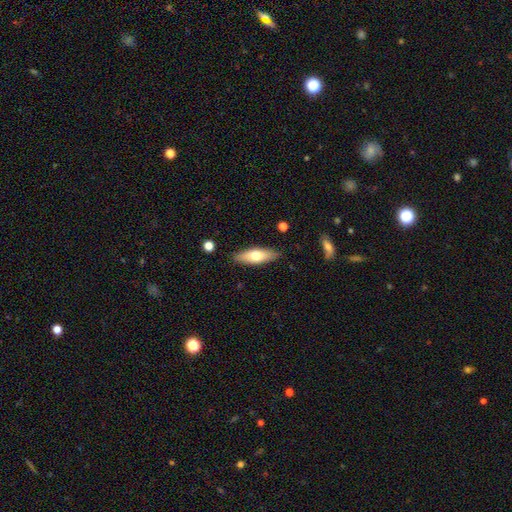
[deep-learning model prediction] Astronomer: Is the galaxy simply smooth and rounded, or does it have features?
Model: smooth — 64%.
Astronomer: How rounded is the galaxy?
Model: in between — 58% (runner-up: cigar-shaped, 40%).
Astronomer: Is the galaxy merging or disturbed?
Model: none — 86%.